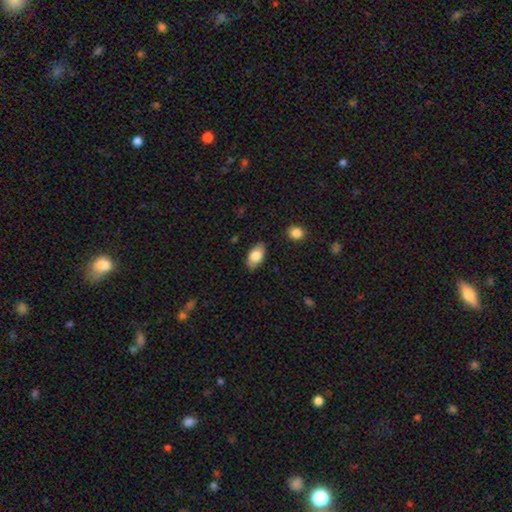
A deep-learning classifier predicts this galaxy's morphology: Smooth or featured?
  - smooth: 79% *
  - featured or disk: 14%
  - star or artifact: 7%
How rounded?
  - in between: 92% *
  - round: 4%
  - cigar-shaped: 4%
Merging?
  - none: 85% *
  - minor disturbance: 11%
  - major disturbance: 2%
  - merger: 2%